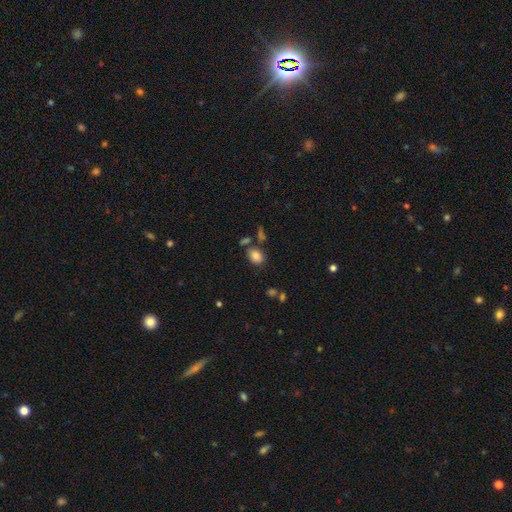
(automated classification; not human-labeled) Smooth or featured? smooth (83%)
How rounded? in between (64%)
Merging? none (68%)